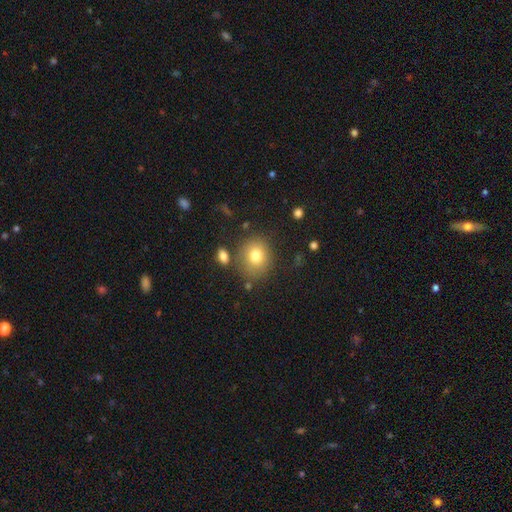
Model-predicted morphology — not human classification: smooth-or-featured: smooth: 76% | featured or disk: 12% | star or artifact: 12%
  how-rounded: round: 74% | in between: 25% | cigar-shaped: 1%
  merging: none: 77% | minor disturbance: 13% | merger: 6% | major disturbance: 5%